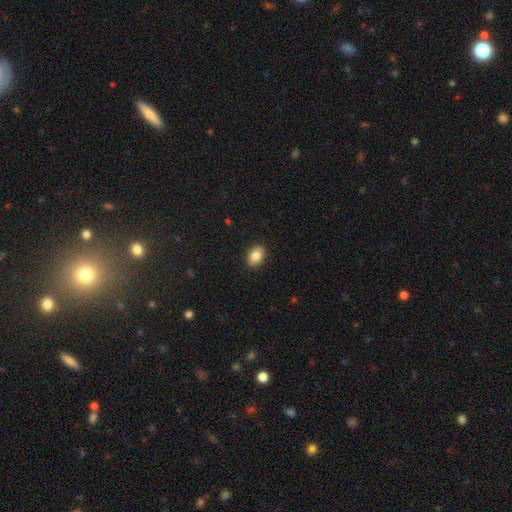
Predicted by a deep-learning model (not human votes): Smooth or featured?
  - smooth: 85% *
  - star or artifact: 8%
  - featured or disk: 7%
How rounded?
  - in between: 80% *
  - round: 19%
  - cigar-shaped: 1%
Merging?
  - none: 90% *
  - minor disturbance: 7%
  - major disturbance: 2%
  - merger: 1%